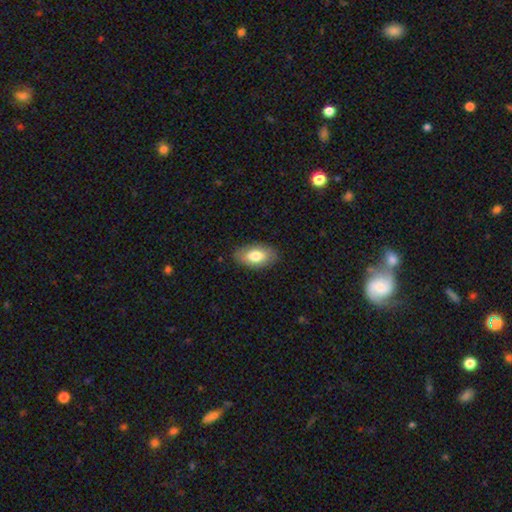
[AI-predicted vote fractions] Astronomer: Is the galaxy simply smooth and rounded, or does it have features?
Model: smooth — 74%.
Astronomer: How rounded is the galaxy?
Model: in between — 93%.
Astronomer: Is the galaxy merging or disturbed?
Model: none — 84%.